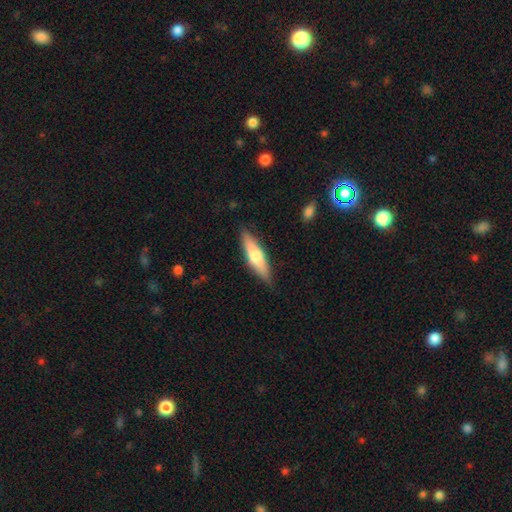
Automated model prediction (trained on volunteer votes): A smooth galaxy with no disk features (57%) that is cigar-shaped (67%).

Vote fractions:
- Smooth or featured? smooth: 57% / featured or disk: 38% / star or artifact: 6%
- How rounded? cigar-shaped: 67% / in between: 31% / round: 2%
- Merging? none: 85% / minor disturbance: 11% / major disturbance: 2% / merger: 1%